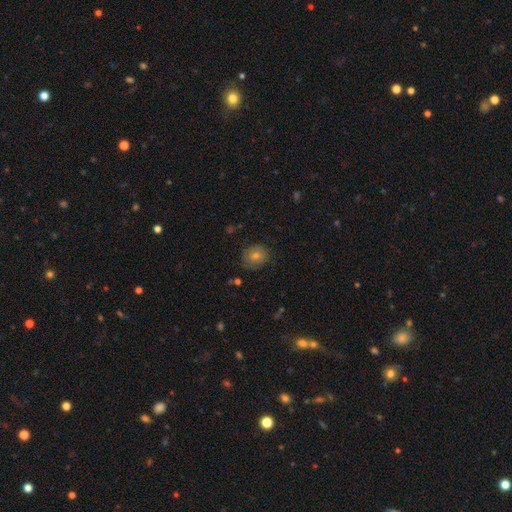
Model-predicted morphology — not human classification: The model was most divided on "smooth or featured": smooth: 61%, featured or disk: 21%, star or artifact: 18%. More confident: merging — none (83%); how rounded — round (77%).